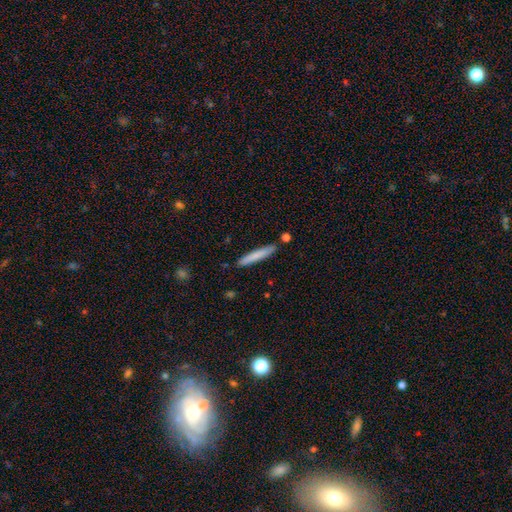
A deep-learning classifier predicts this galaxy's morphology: Smooth or featured? Predicted: smooth (p=0.77). How rounded? Predicted: cigar-shaped (p=0.95). Merging? Predicted: none (p=0.87).